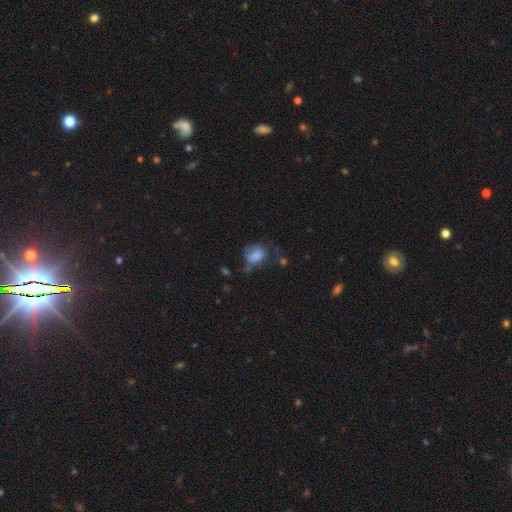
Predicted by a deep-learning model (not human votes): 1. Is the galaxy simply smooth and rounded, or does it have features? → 74% smooth, 15% featured or disk, 10% star or artifact.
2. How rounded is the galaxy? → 58% in between, 41% round, 1% cigar-shaped.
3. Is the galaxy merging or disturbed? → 32% major disturbance, 31% none, 31% minor disturbance, 6% merger.